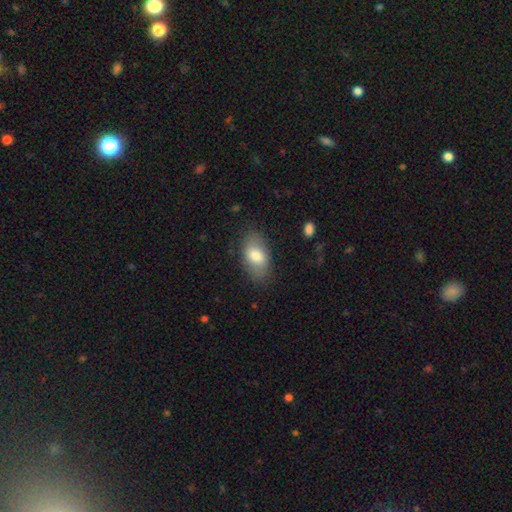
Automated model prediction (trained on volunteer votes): Smooth or featured? smooth (77%)
How rounded? in between (92%)
Merging? none (80%)